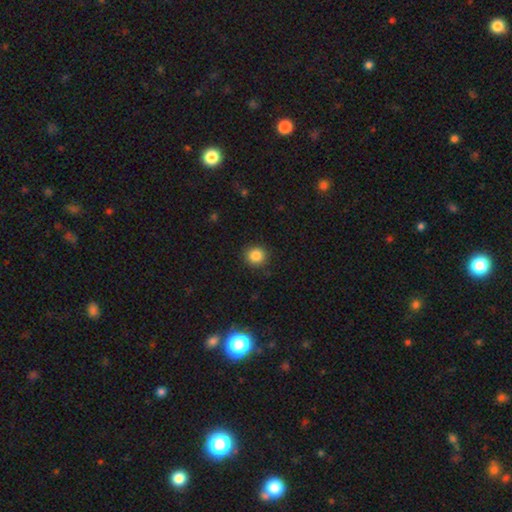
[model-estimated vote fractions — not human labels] Smooth or featured: smooth — 86% (star or artifact — 10%)
How rounded: round — 92% (in between — 7%)
Merging: none — 90% (minor disturbance — 7%)